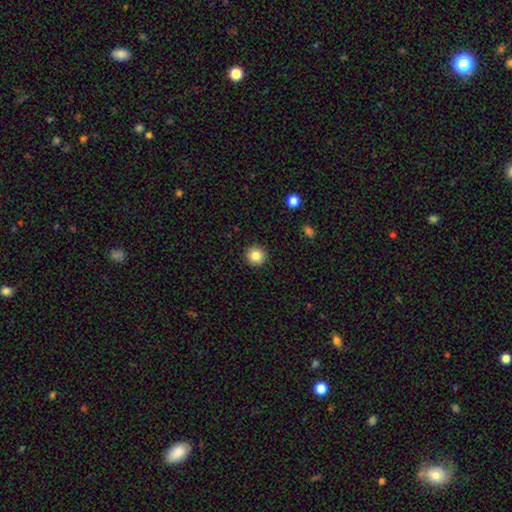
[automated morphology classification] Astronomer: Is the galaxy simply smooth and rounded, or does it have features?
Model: smooth — 84%.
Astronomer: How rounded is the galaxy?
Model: round — 94%.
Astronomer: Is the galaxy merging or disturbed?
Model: none — 93%.